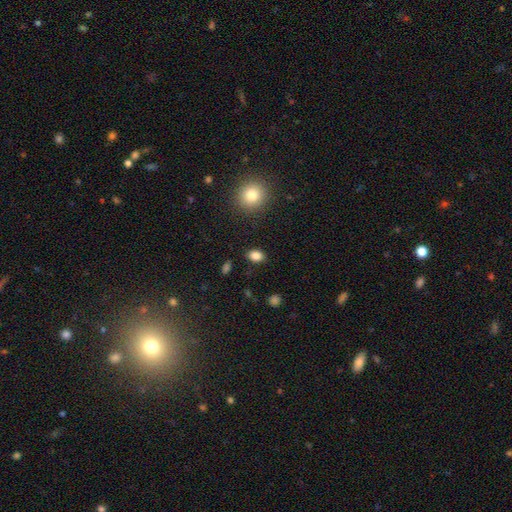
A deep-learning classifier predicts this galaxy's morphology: smooth_or_featured: smooth (p=0.85) [alt: star or artifact p=0.10]
how_rounded: in between (p=0.77) [alt: round p=0.22]
merging: none (p=0.86) [alt: minor disturbance p=0.09]